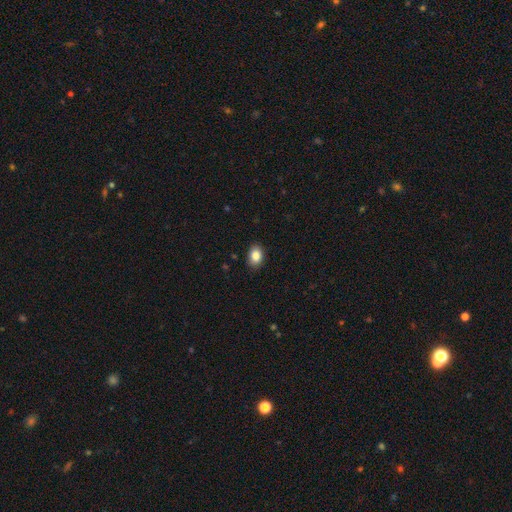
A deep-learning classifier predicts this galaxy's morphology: smooth-or-featured: smooth: 86% | star or artifact: 8% | featured or disk: 6%
  how-rounded: in between: 77% | round: 22% | cigar-shaped: 1%
  merging: none: 87% | minor disturbance: 10% | major disturbance: 2% | merger: 1%